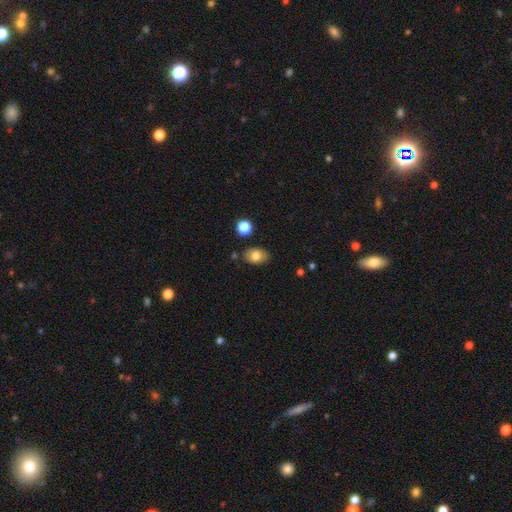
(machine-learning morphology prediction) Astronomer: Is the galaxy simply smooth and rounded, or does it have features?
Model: smooth — 78%.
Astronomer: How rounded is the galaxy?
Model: in between — 83%.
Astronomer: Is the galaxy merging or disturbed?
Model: none — 80%.